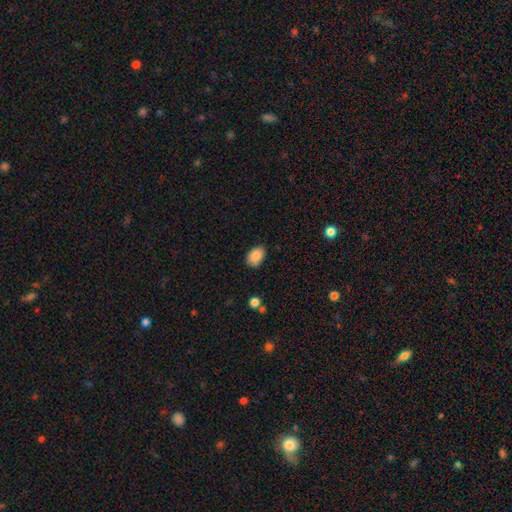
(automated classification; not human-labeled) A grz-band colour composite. It shows a smooth galaxy with no disk features (87%) that is in between round and cigar-shaped (84%). Merging: none (77%).